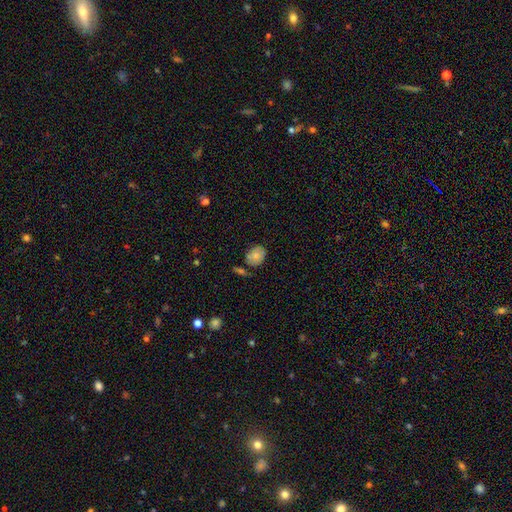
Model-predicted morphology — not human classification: smooth_or_featured: smooth (p=0.76) [alt: featured or disk p=0.16]
how_rounded: in between (p=0.58) [alt: round p=0.41]
merging: none (p=0.61) [alt: minor disturbance p=0.23]